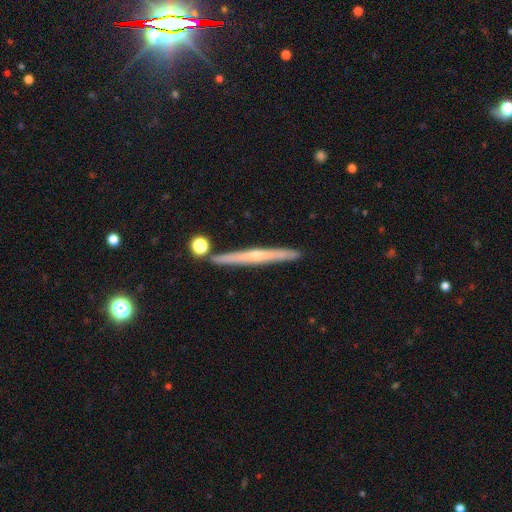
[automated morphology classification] A featured or disk galaxy (63%) viewed edge-on (96%) with a rounded central bulge (49%).

Vote fractions:
- Smooth or featured? featured or disk: 63% / smooth: 30% / star or artifact: 7%
- Edge-on disk? yes: 96% / no: 4%
- Edge-on bulge? rounded: 49% / none: 47% / boxy: 4%
- Merging? none: 87% / minor disturbance: 8% / merger: 4% / major disturbance: 2%